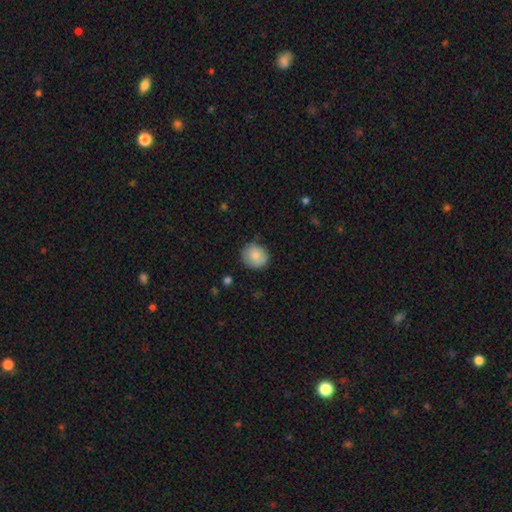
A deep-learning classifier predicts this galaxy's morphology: A smooth galaxy with no disk features (82%) that is round (83%).

Vote fractions:
- Smooth or featured? smooth: 82% / featured or disk: 11% / star or artifact: 7%
- How rounded? round: 83% / in between: 17% / cigar-shaped: 1%
- Merging? none: 81% / minor disturbance: 14% / major disturbance: 3% / merger: 1%